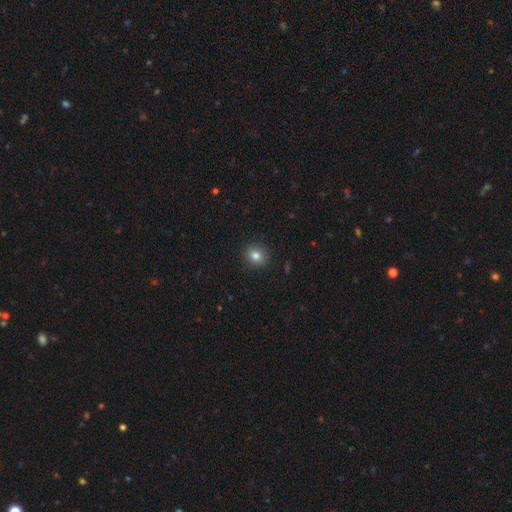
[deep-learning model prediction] Smooth or featured?
  - smooth: 82% *
  - star or artifact: 11%
  - featured or disk: 7%
How rounded?
  - round: 80% *
  - in between: 19%
  - cigar-shaped: 1%
Merging?
  - none: 91% *
  - minor disturbance: 6%
  - major disturbance: 2%
  - merger: 1%